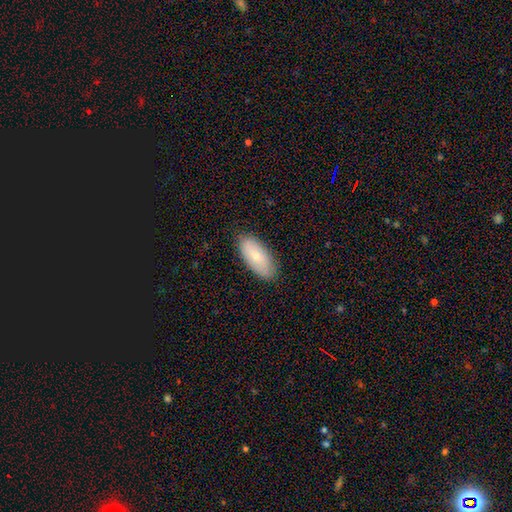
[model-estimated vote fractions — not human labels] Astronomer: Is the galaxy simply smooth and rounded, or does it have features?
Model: smooth — 72%.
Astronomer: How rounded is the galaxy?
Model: in between — 91%.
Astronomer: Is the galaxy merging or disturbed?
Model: none — 84%.